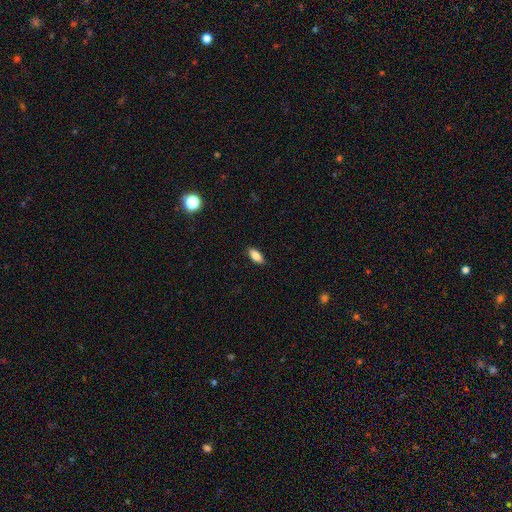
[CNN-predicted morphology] Smooth or featured?
  - smooth: 84% *
  - featured or disk: 9%
  - star or artifact: 7%
How rounded?
  - in between: 85% *
  - cigar-shaped: 12%
  - round: 3%
Merging?
  - none: 88% *
  - minor disturbance: 9%
  - major disturbance: 2%
  - merger: 1%